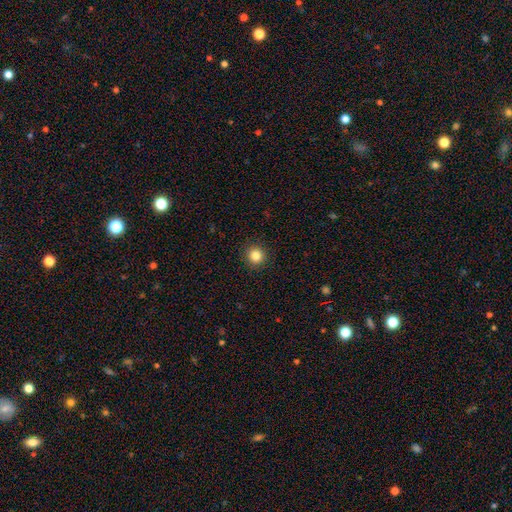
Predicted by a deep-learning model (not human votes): Smooth or featured: smooth — 83% (star or artifact — 12%)
How rounded: round — 94% (in between — 5%)
Merging: none — 93% (minor disturbance — 5%)